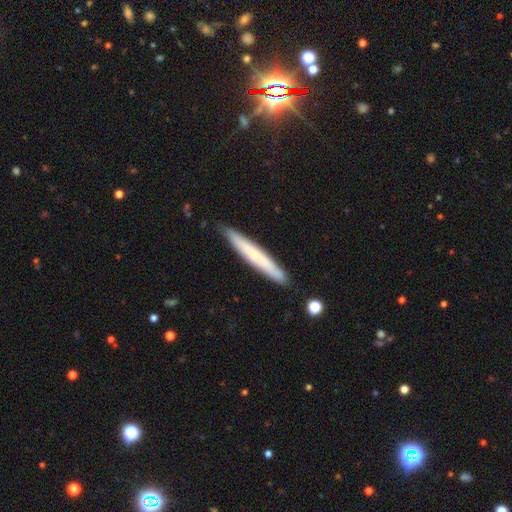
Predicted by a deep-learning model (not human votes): Overall: smooth (58%; featured or disk 35%). How rounded: cigar-shaped (96%). Merging: none (86%).